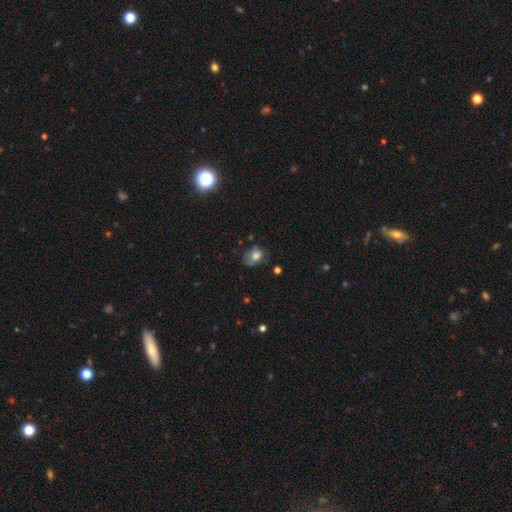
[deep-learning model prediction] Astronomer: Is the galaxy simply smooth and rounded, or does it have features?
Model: smooth — 68%.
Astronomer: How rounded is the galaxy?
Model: in between — 55% (runner-up: round, 44%).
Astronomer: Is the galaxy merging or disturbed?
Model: none — 47% (runner-up: minor disturbance, 33%).